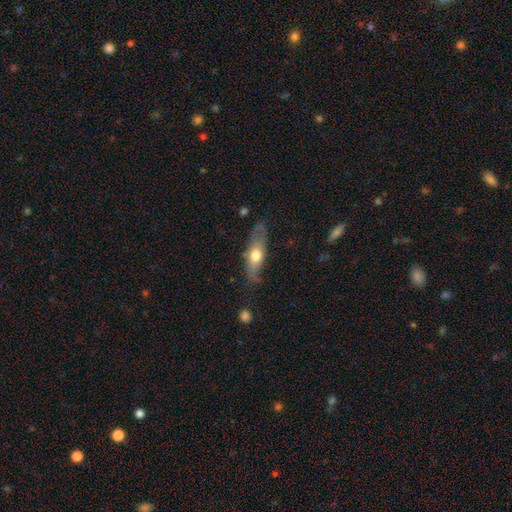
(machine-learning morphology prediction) A smooth galaxy with no disk features (54%) that is in between round and cigar-shaped (58%). Merging: none (64%).